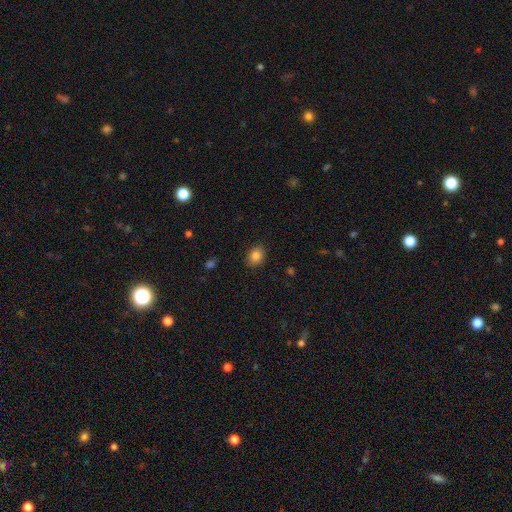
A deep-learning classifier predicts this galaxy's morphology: A smooth galaxy with no disk features (84%) that is in between round and cigar-shaped (57%). Merging: none (87%).